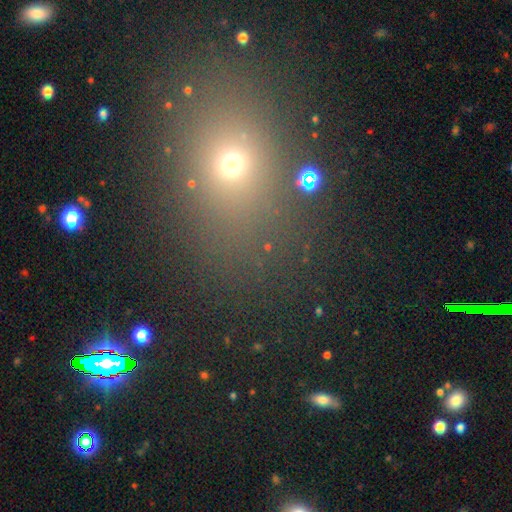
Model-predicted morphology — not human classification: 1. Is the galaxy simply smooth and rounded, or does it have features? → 51% smooth, 38% star or artifact, 12% featured or disk.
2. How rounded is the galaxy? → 50% round, 48% in between, 2% cigar-shaped.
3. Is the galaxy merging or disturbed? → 84% none, 8% minor disturbance, 5% major disturbance, 3% merger.